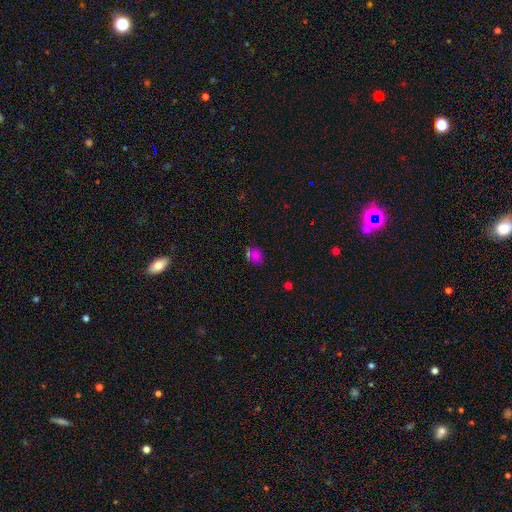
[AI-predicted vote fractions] The model was most divided on "how rounded": round: 55%, in between: 43%, cigar-shaped: 2%. More confident: merging — none (72%); smooth or featured — smooth (68%).